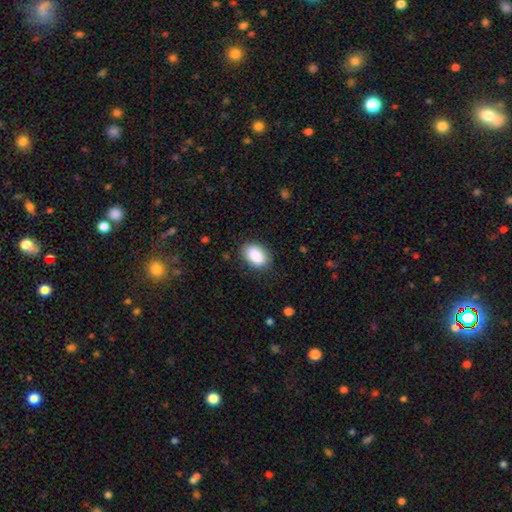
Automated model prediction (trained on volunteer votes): Smooth or featured?
  - smooth: 89% *
  - star or artifact: 7%
  - featured or disk: 5%
How rounded?
  - in between: 88% *
  - round: 11%
  - cigar-shaped: 1%
Merging?
  - none: 84% *
  - minor disturbance: 12%
  - major disturbance: 3%
  - merger: 1%